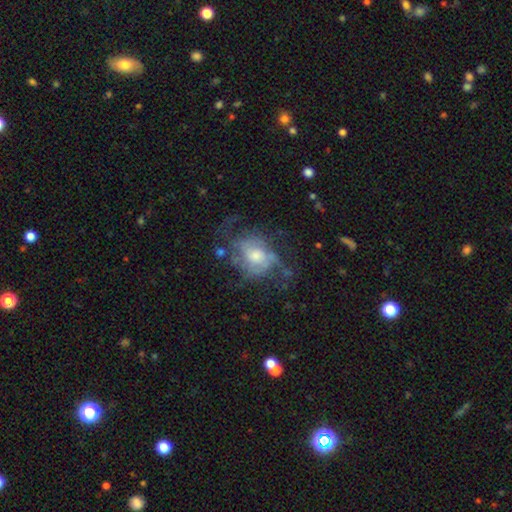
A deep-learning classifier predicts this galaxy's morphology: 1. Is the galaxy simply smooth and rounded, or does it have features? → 72% featured or disk, 19% smooth, 9% star or artifact.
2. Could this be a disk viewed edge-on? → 97% no, 3% yes.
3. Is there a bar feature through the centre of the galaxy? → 72% no, 24% weak, 4% strong.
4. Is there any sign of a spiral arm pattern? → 77% yes, 23% no.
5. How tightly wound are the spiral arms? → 41% medium, 37% tight, 22% loose.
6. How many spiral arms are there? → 45% can't tell, 24% 2, 15% 3, 7% 4, 6% 1, 5% more than 4.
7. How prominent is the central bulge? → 57% moderate, 22% small, 15% large, 4% none, 2% dominant.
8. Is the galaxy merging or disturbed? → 50% none, 26% major disturbance, 22% minor disturbance, 2% merger.